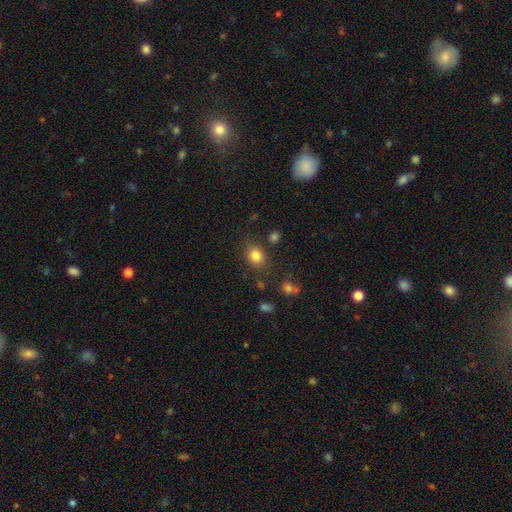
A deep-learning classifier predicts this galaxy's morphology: smooth_or_featured: smooth (p=0.81) [alt: star or artifact p=0.11]
how_rounded: round (p=0.56) [alt: in between p=0.43]
merging: none (p=0.76) [alt: minor disturbance p=0.15]